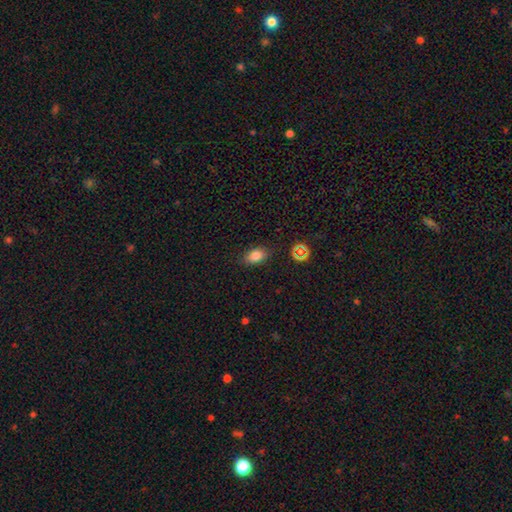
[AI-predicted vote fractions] Smooth or featured?
  - smooth: 80% *
  - star or artifact: 13%
  - featured or disk: 8%
How rounded?
  - in between: 83% *
  - round: 14%
  - cigar-shaped: 2%
Merging?
  - none: 86% *
  - minor disturbance: 10%
  - major disturbance: 3%
  - merger: 1%